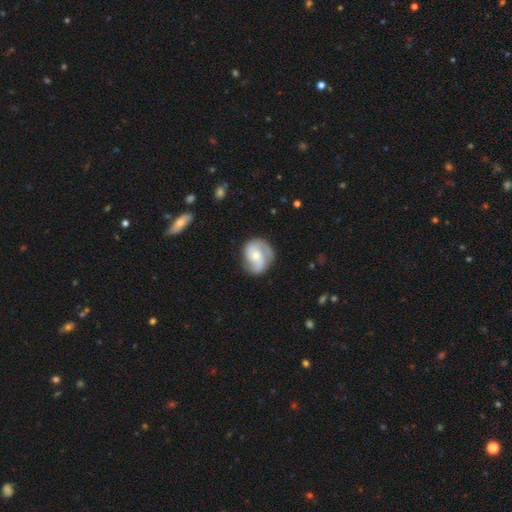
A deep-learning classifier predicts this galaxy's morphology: A featured or disk galaxy (73%) with no bar (63%), 2 (77%) medium (46%) spiral arms (93%) and a moderate central bulge (49%). Merging: none (71%).